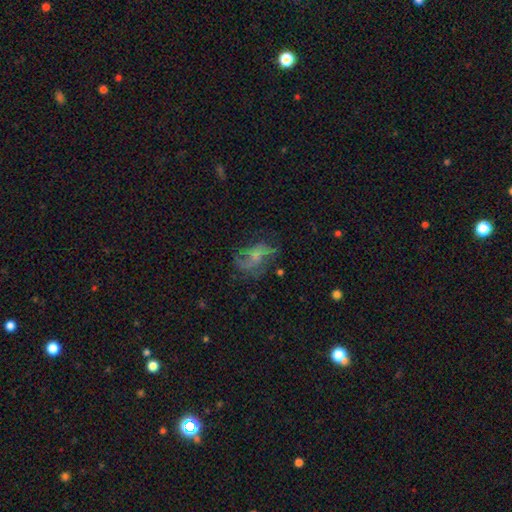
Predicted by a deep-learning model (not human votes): featured or disk 52%, smooth 33%, star or artifact 15%. Down the decision tree: edge-on disk — no (96%); bar — no (74%); spiral arms — yes (53%); bulge size — small (40%); merging — none (42%).